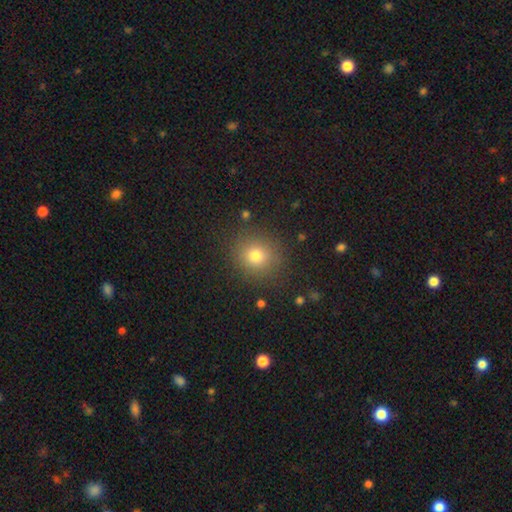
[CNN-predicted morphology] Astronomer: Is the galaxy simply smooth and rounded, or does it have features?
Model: smooth — 76%.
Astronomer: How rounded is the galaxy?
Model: round — 87%.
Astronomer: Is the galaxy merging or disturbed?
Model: none — 87%.